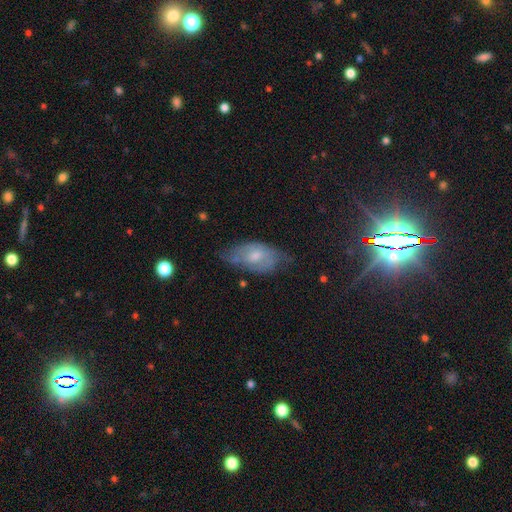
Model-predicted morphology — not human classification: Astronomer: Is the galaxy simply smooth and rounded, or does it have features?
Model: smooth — 46% (runner-up: featured or disk, 44%).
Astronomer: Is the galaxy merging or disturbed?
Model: none — 48% (runner-up: minor disturbance, 35%).